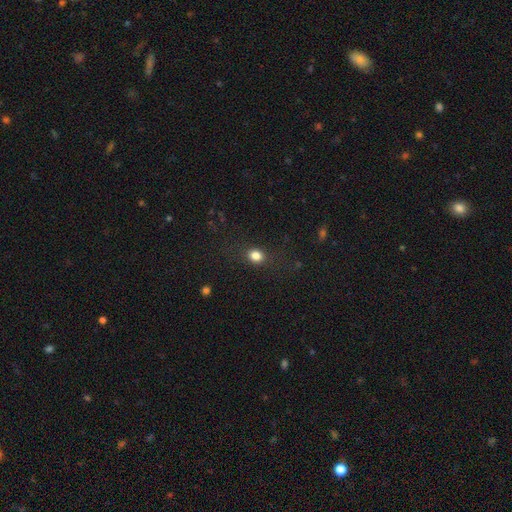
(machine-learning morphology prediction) Smooth or featured? smooth (82%)
How rounded? round (54%)
Merging? none (81%)